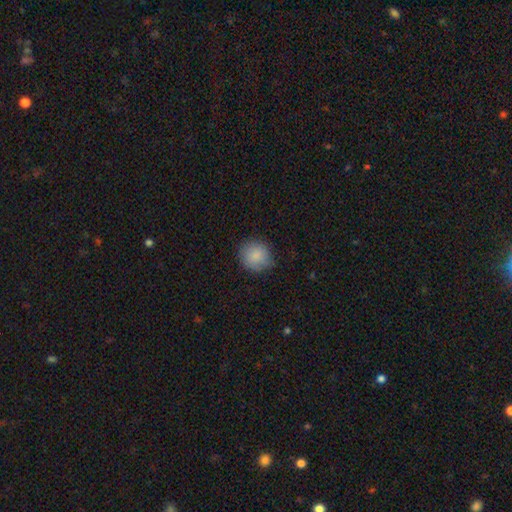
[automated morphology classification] smooth_or_featured: smooth (p=0.86) [alt: star or artifact p=0.08]
how_rounded: round (p=0.88) [alt: in between p=0.11]
merging: none (p=0.79) [alt: minor disturbance p=0.16]